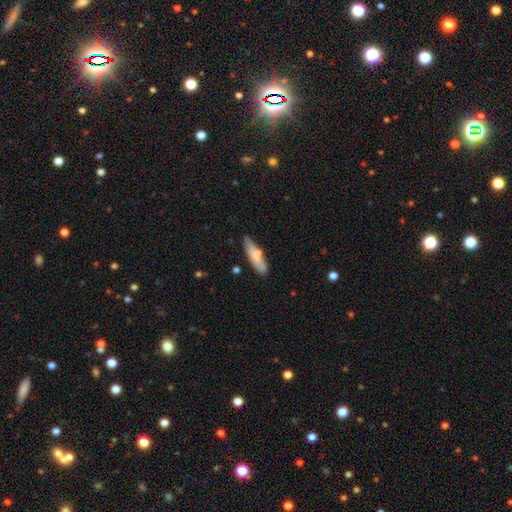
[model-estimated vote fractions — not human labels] The model was most divided on "how rounded": cigar-shaped: 61%, in between: 37%, round: 2%. More confident: smooth or featured — smooth (77%); merging — none (71%).